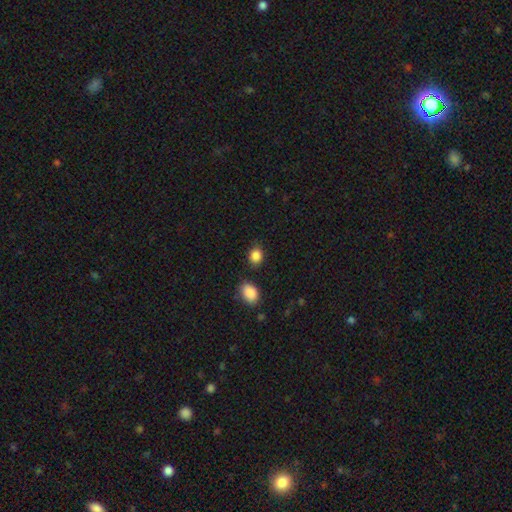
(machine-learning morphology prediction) This is clearly a smooth galaxy (87%). How rounded: possibly round (53%). Merging: clearly none (81%).